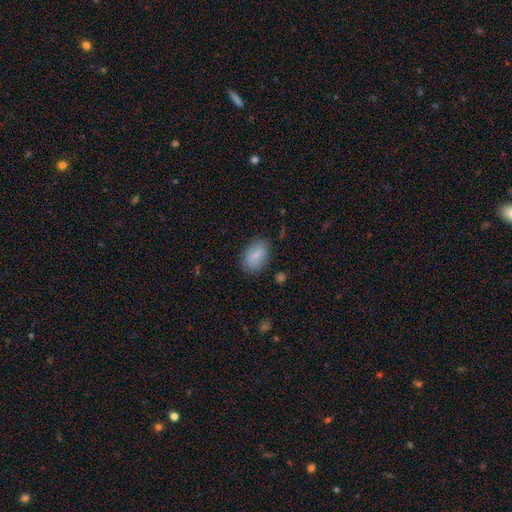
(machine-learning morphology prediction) smooth_or_featured: smooth (p=0.82) [alt: featured or disk p=0.10]
how_rounded: in between (p=0.87) [alt: round p=0.11]
merging: none (p=0.77) [alt: minor disturbance p=0.17]